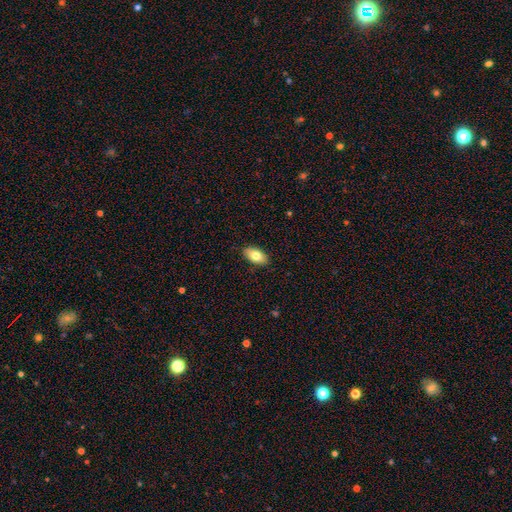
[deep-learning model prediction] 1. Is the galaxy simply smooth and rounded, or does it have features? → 79% smooth, 14% featured or disk, 7% star or artifact.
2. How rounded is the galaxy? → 93% in between, 4% round, 3% cigar-shaped.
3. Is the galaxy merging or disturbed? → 88% none, 9% minor disturbance, 2% major disturbance, 1% merger.